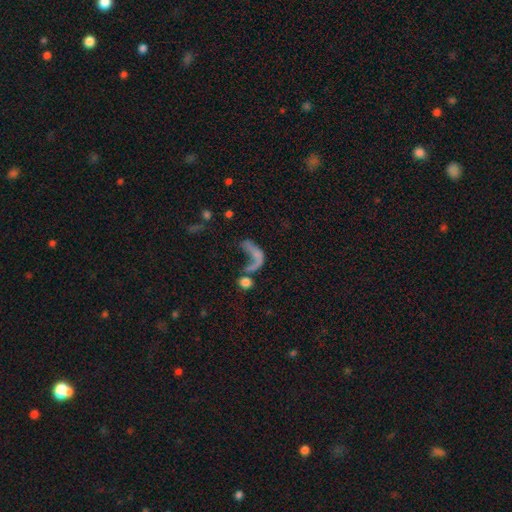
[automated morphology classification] smooth-or-featured: featured or disk: 44% | smooth: 41% | star or artifact: 15%
  merging: major disturbance: 41% | merger: 27% | none: 21% | minor disturbance: 10%